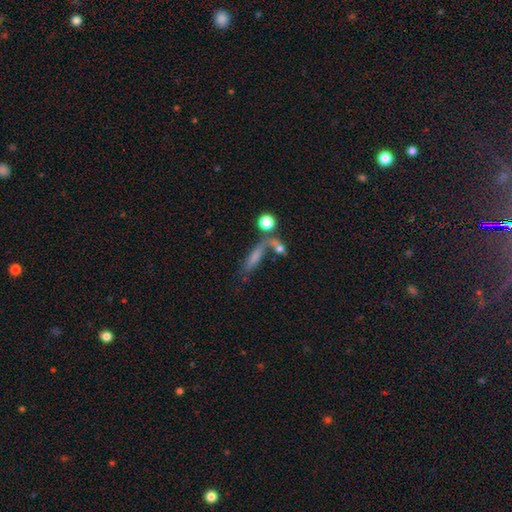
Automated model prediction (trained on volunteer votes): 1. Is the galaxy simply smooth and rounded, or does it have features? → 41% smooth, 39% featured or disk, 20% star or artifact.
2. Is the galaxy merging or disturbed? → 37% none, 32% merger, 18% major disturbance, 13% minor disturbance.